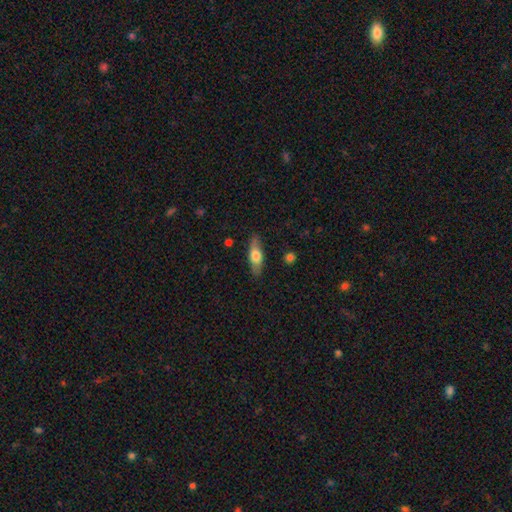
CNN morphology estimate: Smooth or featured: smooth — 59% (featured or disk — 35%)
How rounded: in between — 53% (cigar-shaped — 44%)
Merging: none — 84% (minor disturbance — 12%)